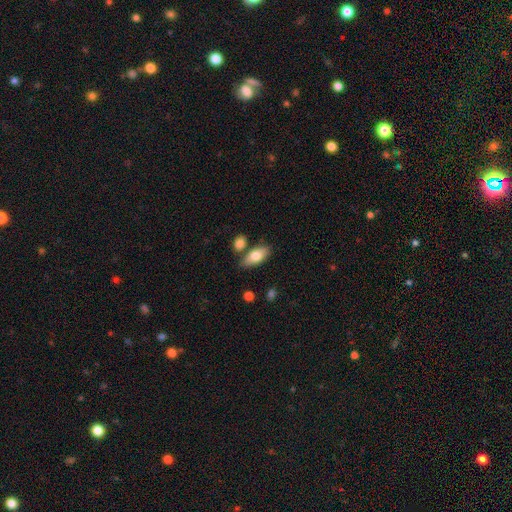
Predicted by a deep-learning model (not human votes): This appears to be a smooth galaxy with no disk features (79%) that is in between round and cigar-shaped (88%). Merging: none (71%).